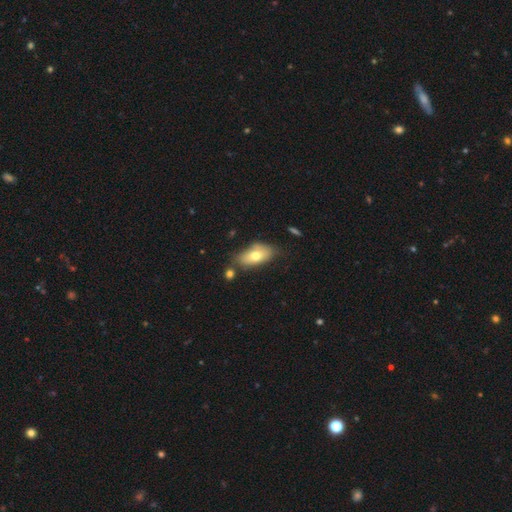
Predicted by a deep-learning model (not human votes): Morphology: type=smooth (71%); roundness=in between (89%); merging=none (64%).